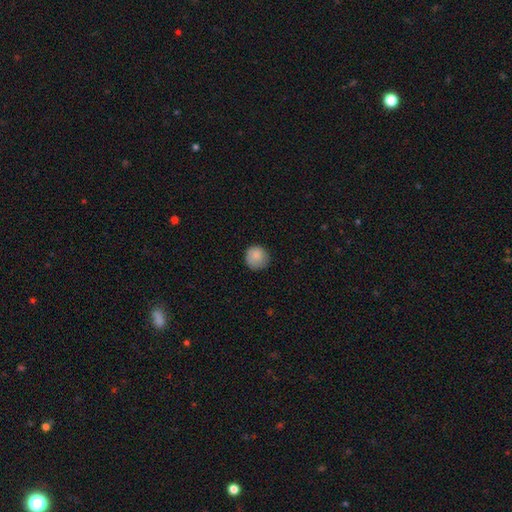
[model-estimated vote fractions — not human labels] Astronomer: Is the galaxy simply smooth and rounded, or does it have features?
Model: smooth — 86%.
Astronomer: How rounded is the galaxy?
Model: round — 94%.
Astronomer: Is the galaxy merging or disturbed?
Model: none — 82%.